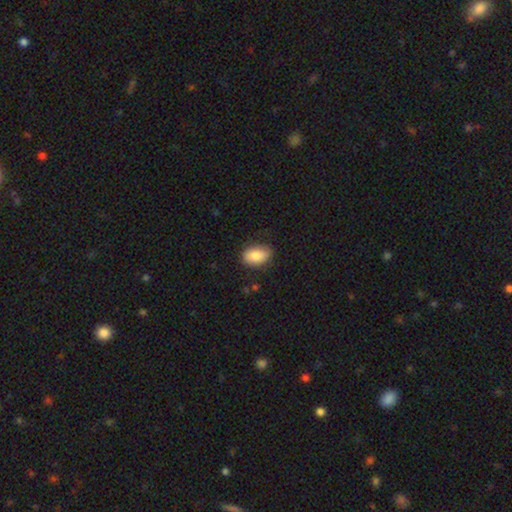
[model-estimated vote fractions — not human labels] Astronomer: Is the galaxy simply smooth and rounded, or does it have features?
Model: smooth — 86%.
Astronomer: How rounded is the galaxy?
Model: in between — 90%.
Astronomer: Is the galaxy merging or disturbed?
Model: none — 79%.